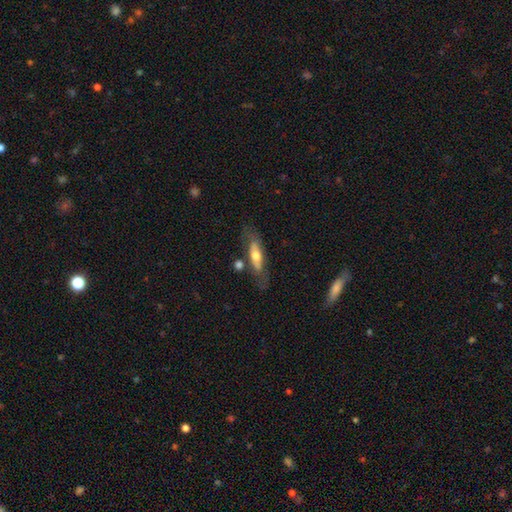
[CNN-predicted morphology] smooth_or_featured: featured or disk (p=0.48) [alt: smooth p=0.46]
merging: none (p=0.64) [alt: minor disturbance p=0.19]